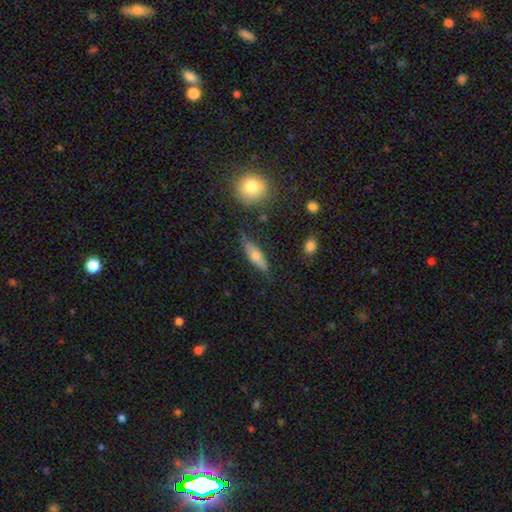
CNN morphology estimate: This is possibly a smooth galaxy (58%). How rounded: possibly cigar-shaped (54%). Merging: likely none (76%).